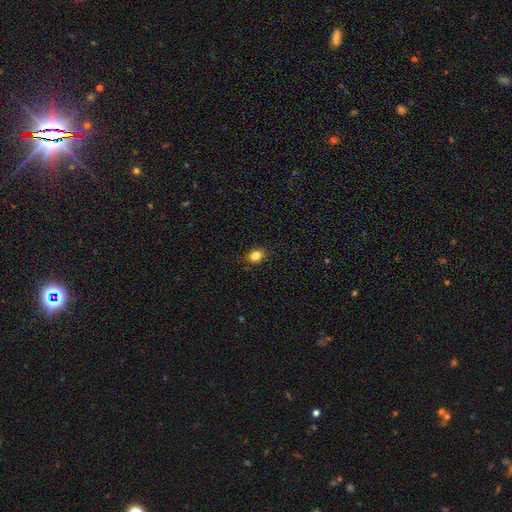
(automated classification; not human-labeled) smooth-or-featured: smooth: 84% | star or artifact: 11% | featured or disk: 5%
  how-rounded: in between: 53% | round: 46% | cigar-shaped: 1%
  merging: none: 86% | minor disturbance: 10% | major disturbance: 2% | merger: 1%